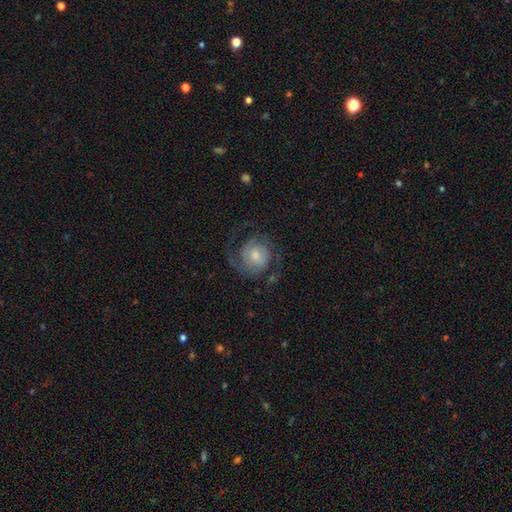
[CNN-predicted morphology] Smooth or featured: featured or disk — 76% (smooth — 17%)
Edge-on disk: no — 98% (yes — 2%)
Bar: no — 66% (weak — 29%)
Spiral arms: yes — 95% (no — 5%)
Spiral winding: medium — 46% (tight — 30%)
Spiral arm count: 2 — 76% (can't tell — 7%)
Bulge size: moderate — 45% (small — 34%)
Merging: none — 68% (major disturbance — 15%)